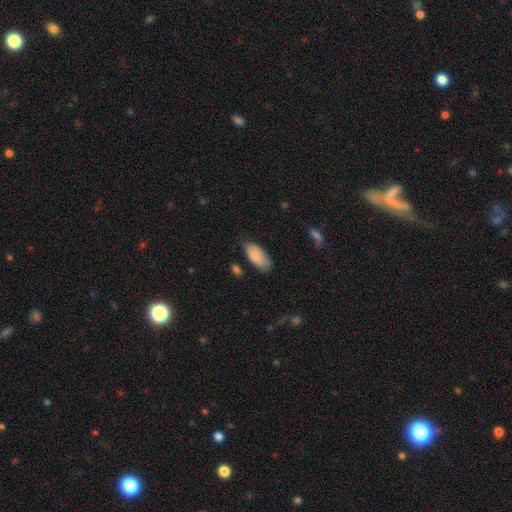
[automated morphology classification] This is clearly a smooth galaxy (85%). How rounded: clearly in between (91%). Merging: likely none (66%).